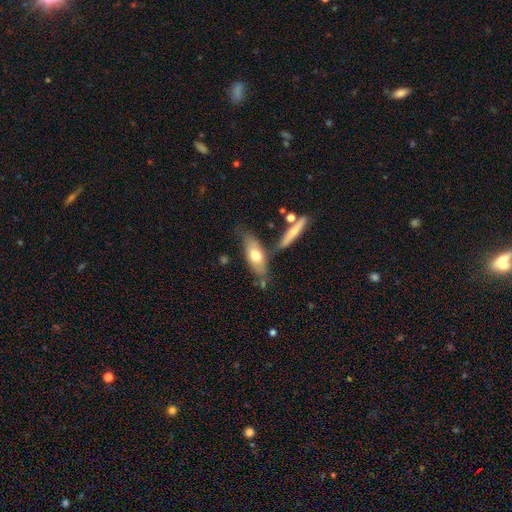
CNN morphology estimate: The model was most divided on "smooth or featured": smooth: 63%, featured or disk: 31%, star or artifact: 6%. More confident: how rounded — in between (70%); merging — none (57%).